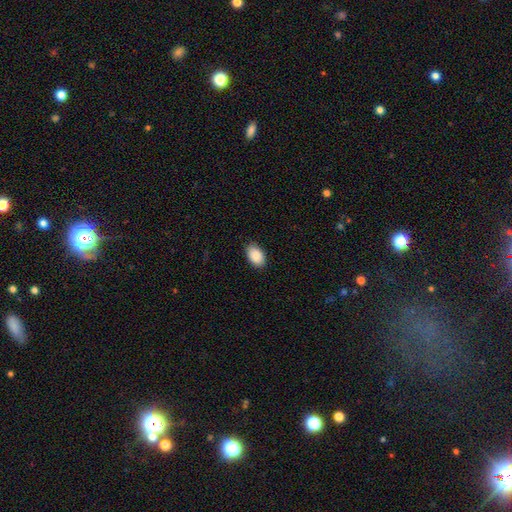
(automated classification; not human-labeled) Smooth or featured?
  - smooth: 90% *
  - star or artifact: 6%
  - featured or disk: 4%
How rounded?
  - in between: 91% *
  - round: 7%
  - cigar-shaped: 1%
Merging?
  - none: 86% *
  - minor disturbance: 11%
  - major disturbance: 2%
  - merger: 1%